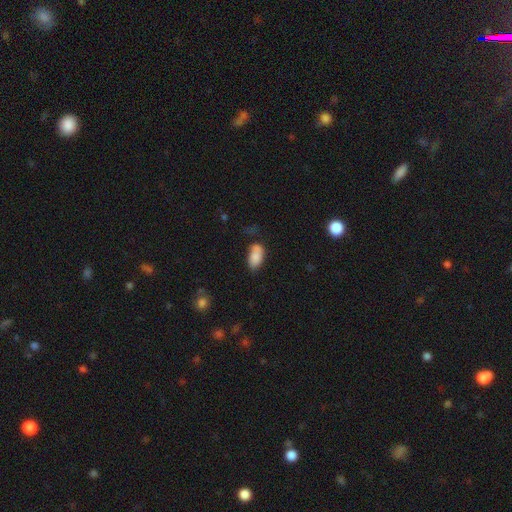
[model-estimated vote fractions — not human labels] The model was most divided on "merging": none: 52%, minor disturbance: 25%, merger: 13%, major disturbance: 9%. More confident: how rounded — in between (92%); smooth or featured — smooth (83%).